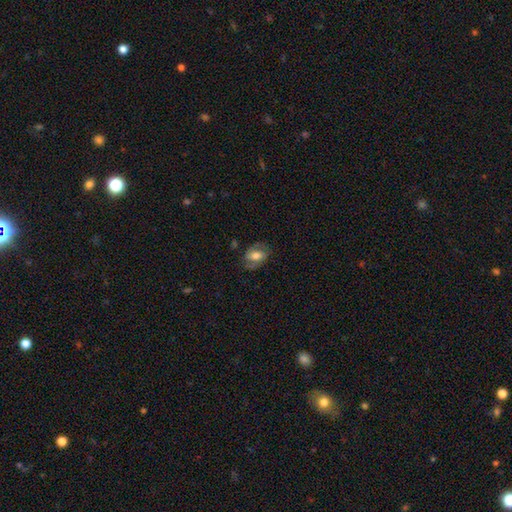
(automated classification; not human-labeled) Smooth or featured? Predicted: featured or disk (p=0.51). Edge-on disk? Predicted: no (p=0.95). Merging? Predicted: none (p=0.67).